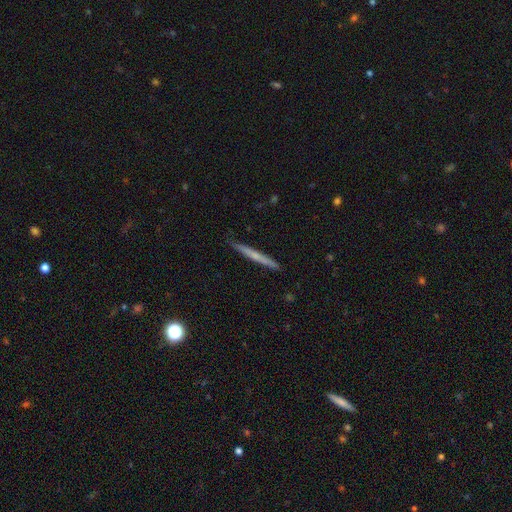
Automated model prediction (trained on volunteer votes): This is possibly a featured or disk galaxy (48%). Merging: clearly none (89%).